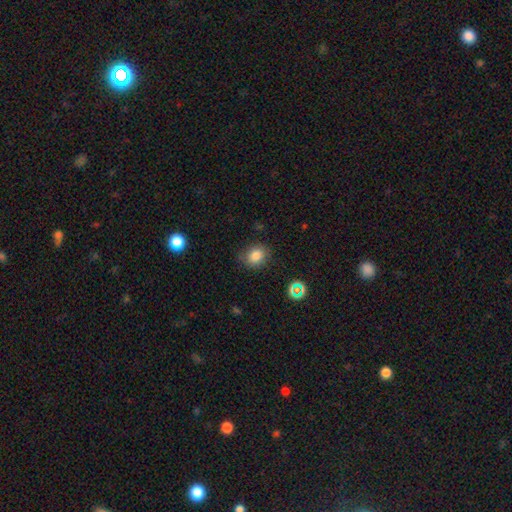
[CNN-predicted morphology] type=smooth (81%); roundness=round (58%); merging=none (78%).